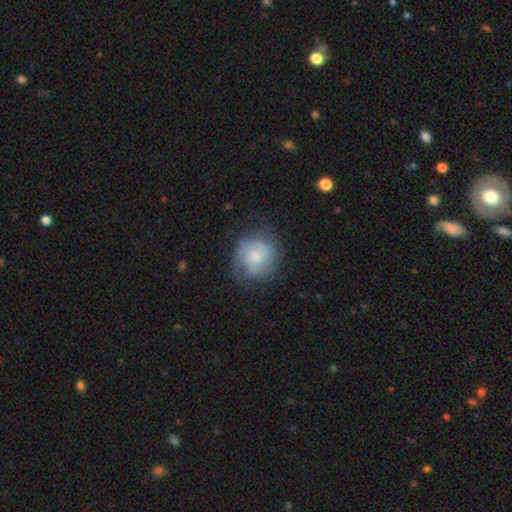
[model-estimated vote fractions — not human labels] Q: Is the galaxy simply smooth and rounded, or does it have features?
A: featured or disk — 47%.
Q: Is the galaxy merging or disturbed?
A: none — 62%.